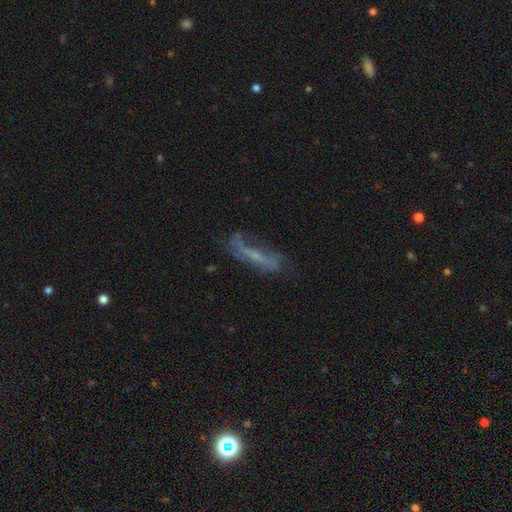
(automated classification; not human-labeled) This appears to be a featured or disk galaxy (54%). Merging: none (45%).